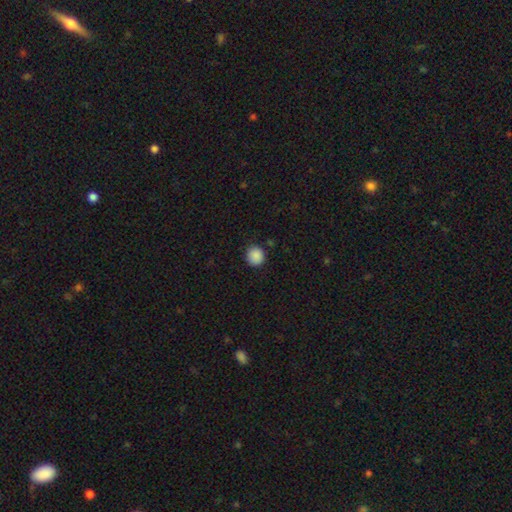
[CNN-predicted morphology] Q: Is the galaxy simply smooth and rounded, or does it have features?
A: smooth — 89%.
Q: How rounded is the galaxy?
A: round — 91%.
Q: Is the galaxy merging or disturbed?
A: none — 87%.